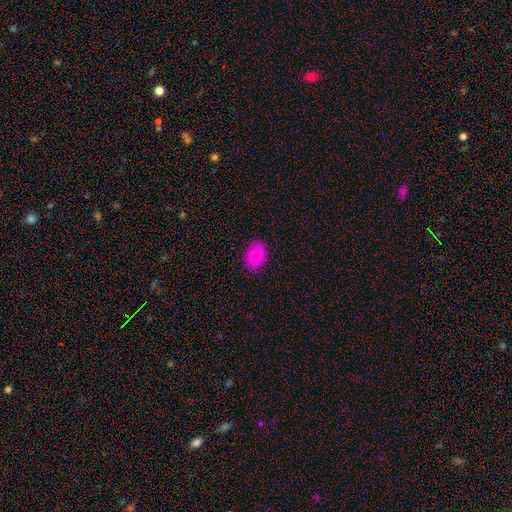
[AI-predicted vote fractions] This is likely a smooth galaxy (74%). How rounded: likely in between (73%). Merging: clearly none (83%).